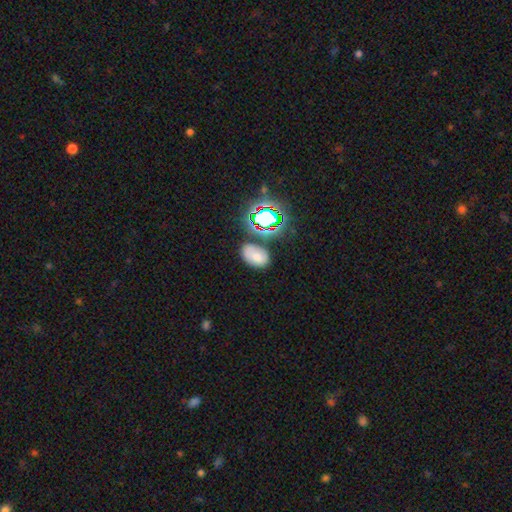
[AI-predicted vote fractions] Smooth or featured?
  - smooth: 65% *
  - star or artifact: 20%
  - featured or disk: 15%
How rounded?
  - in between: 87% *
  - round: 12%
  - cigar-shaped: 1%
Merging?
  - none: 64% *
  - minor disturbance: 21%
  - merger: 9%
  - major disturbance: 7%